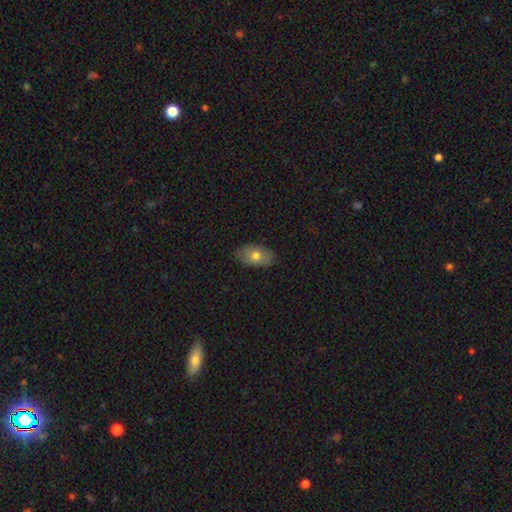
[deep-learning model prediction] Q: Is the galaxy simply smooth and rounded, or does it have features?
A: smooth — 72%.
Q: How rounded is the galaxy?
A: in between — 91%.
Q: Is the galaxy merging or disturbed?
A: none — 83%.